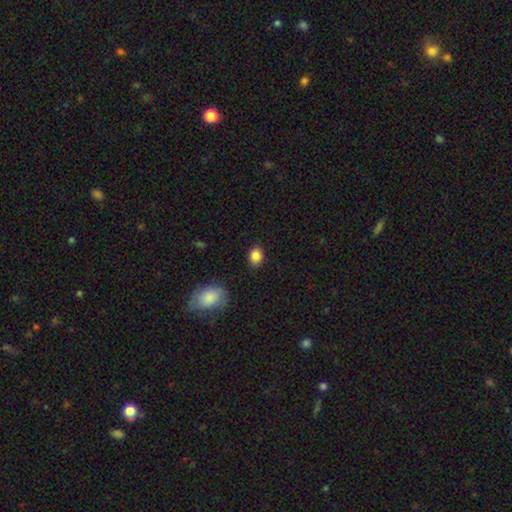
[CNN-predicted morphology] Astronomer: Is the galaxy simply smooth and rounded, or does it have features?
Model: smooth — 86%.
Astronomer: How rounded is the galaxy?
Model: in between — 66%.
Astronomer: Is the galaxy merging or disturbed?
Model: none — 84%.